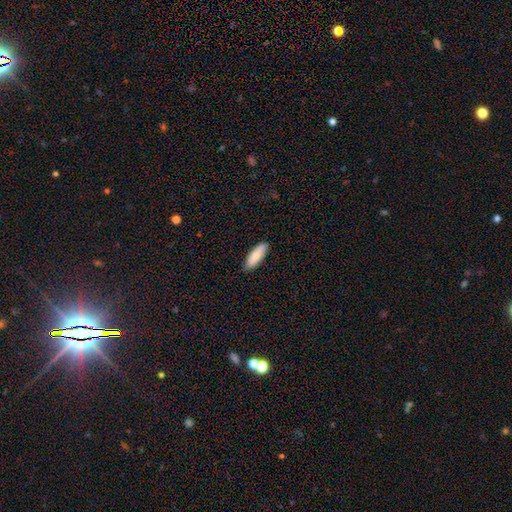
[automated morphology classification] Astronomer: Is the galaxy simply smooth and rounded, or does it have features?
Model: smooth — 87%.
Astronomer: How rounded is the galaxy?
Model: in between — 56% (runner-up: cigar-shaped, 42%).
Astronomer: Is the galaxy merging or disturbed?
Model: none — 87%.